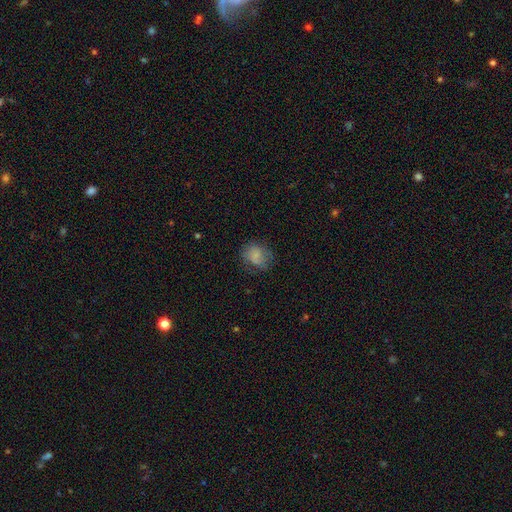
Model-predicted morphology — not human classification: type=smooth (74%); roundness=round (50%); merging=none (62%).